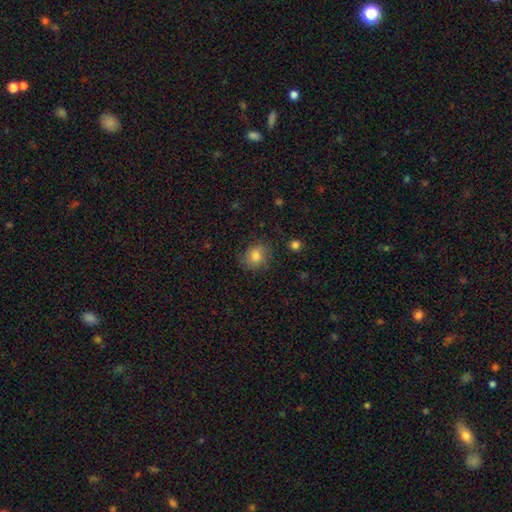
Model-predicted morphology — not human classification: Q: Smooth or featured?
A: smooth (81%); runner-up: star or artifact (10%)
Q: How rounded?
A: round (69%); runner-up: in between (30%)
Q: Merging?
A: none (78%); runner-up: minor disturbance (16%)